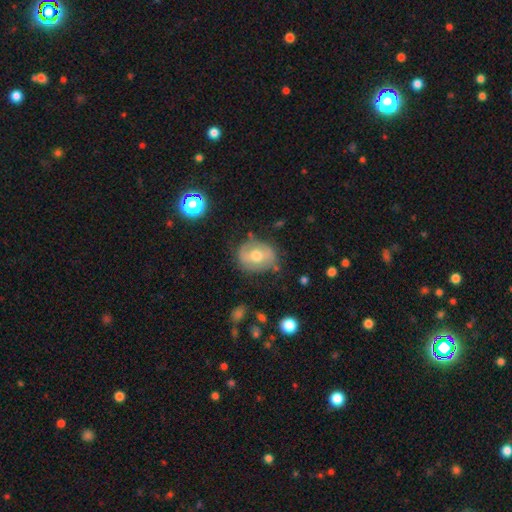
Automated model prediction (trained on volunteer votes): A smooth galaxy with no disk features (50%). Merging: none (72%).